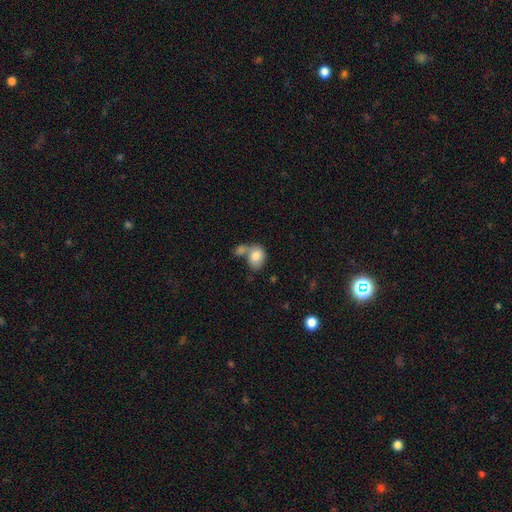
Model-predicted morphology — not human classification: smooth_or_featured: smooth (p=0.80) [alt: featured or disk p=0.13]
how_rounded: in between (p=0.60) [alt: round p=0.39]
merging: merger (p=0.52) [alt: none p=0.28]